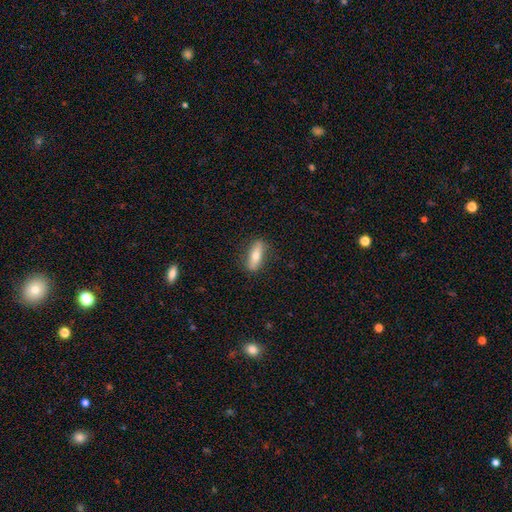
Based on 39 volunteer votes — smooth_or_featured: smooth (p=0.69) [alt: featured or disk p=0.23]
how_rounded: cigar-shaped (p=0.59) [alt: in between p=0.37]
merging: none (p=0.83) [alt: minor disturbance p=0.17]